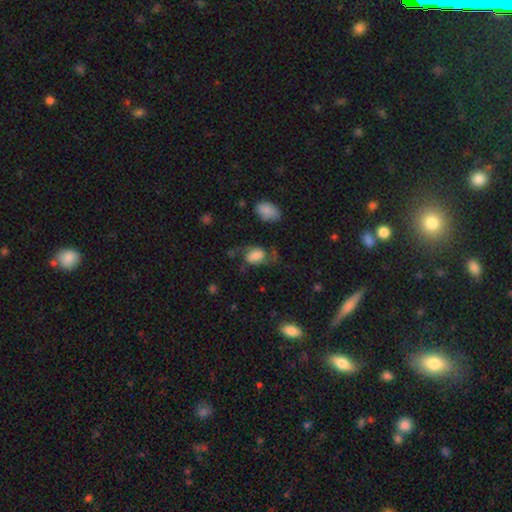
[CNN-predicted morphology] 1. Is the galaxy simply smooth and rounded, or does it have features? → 55% featured or disk, 35% smooth, 10% star or artifact.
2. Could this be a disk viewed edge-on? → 96% no, 4% yes.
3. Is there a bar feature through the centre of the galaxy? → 50% no, 38% weak, 12% strong.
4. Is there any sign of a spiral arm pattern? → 88% yes, 12% no.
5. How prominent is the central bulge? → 31% moderate (tied), 31% large (tied), 20% small, 9% dominant, 9% none.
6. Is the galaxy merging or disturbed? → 49% none, 26% major disturbance, 22% minor disturbance, 4% merger.